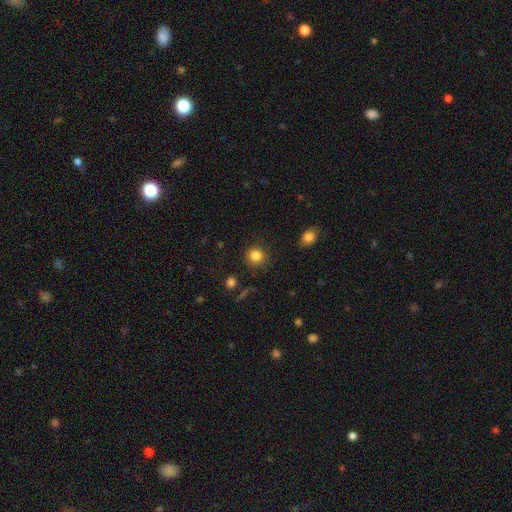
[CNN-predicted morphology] The model was most divided on "smooth or featured": smooth: 84%, star or artifact: 11%, featured or disk: 5%. More confident: how rounded — round (89%); merging — none (88%).